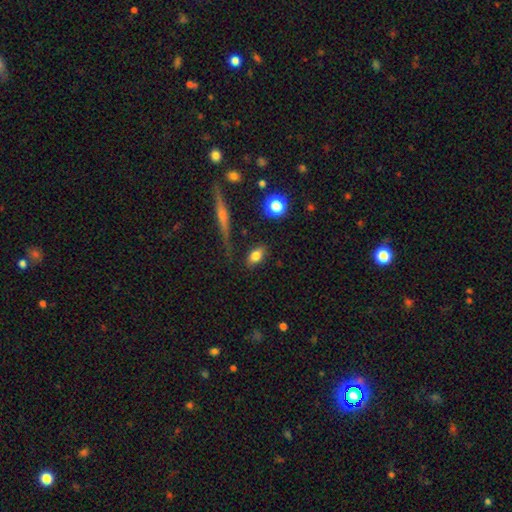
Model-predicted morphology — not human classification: Q: Smooth or featured?
A: smooth (79%); runner-up: featured or disk (12%)
Q: How rounded?
A: in between (83%); runner-up: round (13%)
Q: Merging?
A: none (80%); runner-up: minor disturbance (13%)